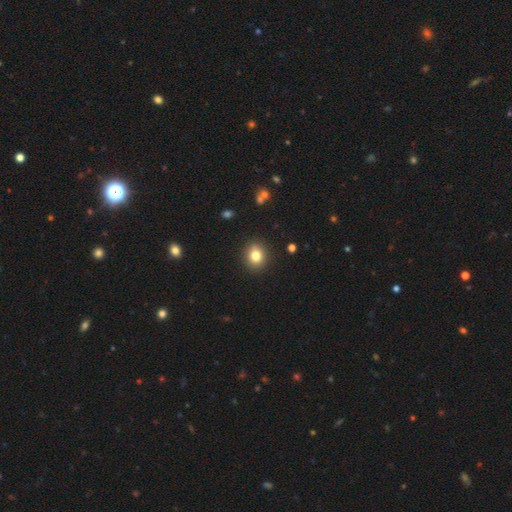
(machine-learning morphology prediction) Smooth or featured?
  - smooth: 80% *
  - star or artifact: 11%
  - featured or disk: 8%
How rounded?
  - round: 72% *
  - in between: 27%
  - cigar-shaped: 1%
Merging?
  - none: 88% *
  - minor disturbance: 8%
  - major disturbance: 2%
  - merger: 1%